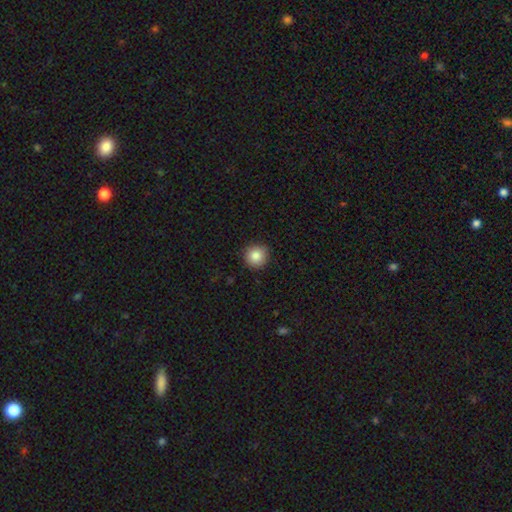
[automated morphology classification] Smooth or featured: smooth — 86% (star or artifact — 9%)
How rounded: round — 94% (in between — 5%)
Merging: none — 90% (minor disturbance — 8%)